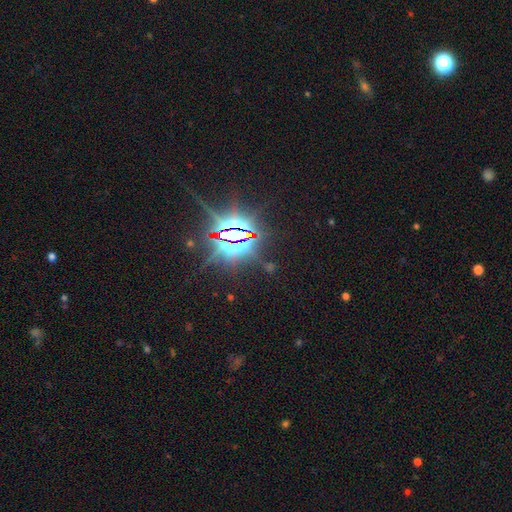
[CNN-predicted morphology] A star or artifact, not a galaxy (85%).

Vote fractions:
- Smooth or featured? star or artifact: 85% / featured or disk: 9% / smooth: 6%